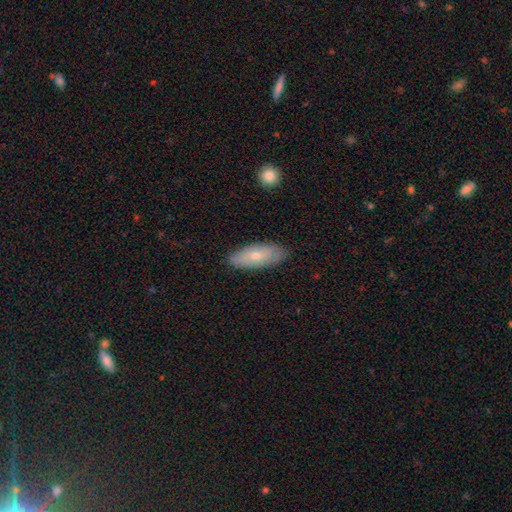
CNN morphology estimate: smooth 61%, featured or disk 33%, star or artifact 6%. Down the decision tree: how rounded — in between (79%); merging — none (84%).